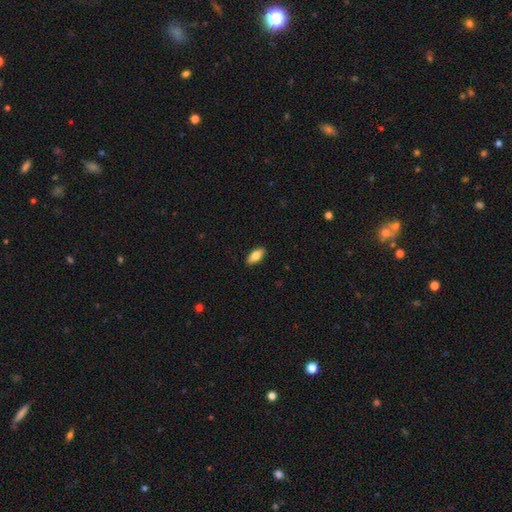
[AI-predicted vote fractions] Q: Smooth or featured?
A: smooth (76%); runner-up: featured or disk (18%)
Q: How rounded?
A: in between (86%); runner-up: cigar-shaped (12%)
Q: Merging?
A: none (89%); runner-up: minor disturbance (8%)